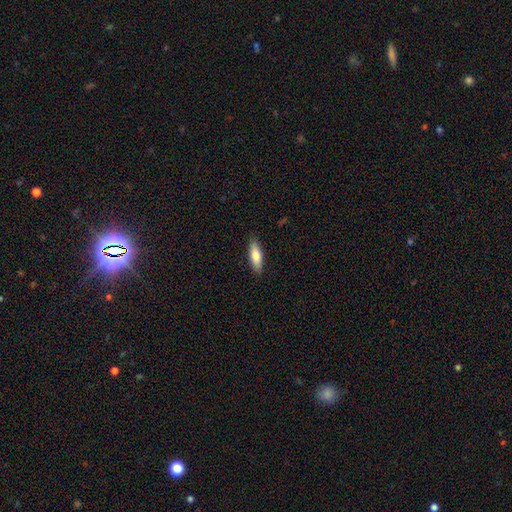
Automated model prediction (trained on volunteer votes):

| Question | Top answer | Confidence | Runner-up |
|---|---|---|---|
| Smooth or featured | smooth | 80% | featured or disk (15%) |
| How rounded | in between | 52% | cigar-shaped (46%) |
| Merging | none | 89% | minor disturbance (8%) |